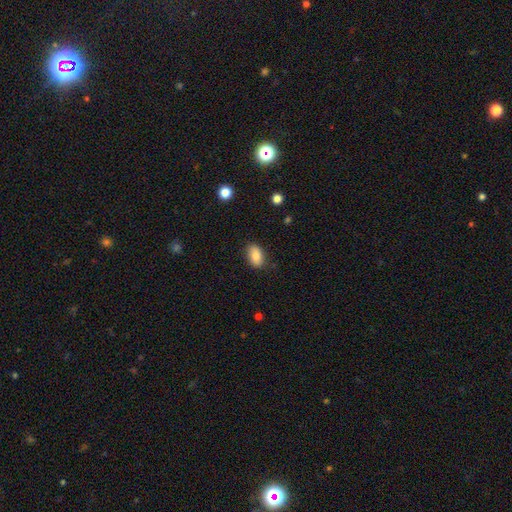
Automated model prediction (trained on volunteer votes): Smooth or featured?
  - smooth: 83% *
  - featured or disk: 9%
  - star or artifact: 8%
How rounded?
  - in between: 90% *
  - round: 9%
  - cigar-shaped: 2%
Merging?
  - none: 82% *
  - minor disturbance: 14%
  - major disturbance: 3%
  - merger: 1%